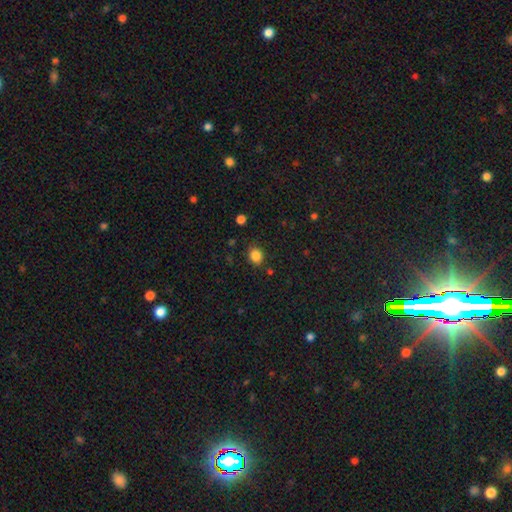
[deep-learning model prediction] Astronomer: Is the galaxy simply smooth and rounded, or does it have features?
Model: smooth — 84%.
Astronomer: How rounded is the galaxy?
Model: round — 66%.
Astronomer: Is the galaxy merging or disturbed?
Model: none — 83%.